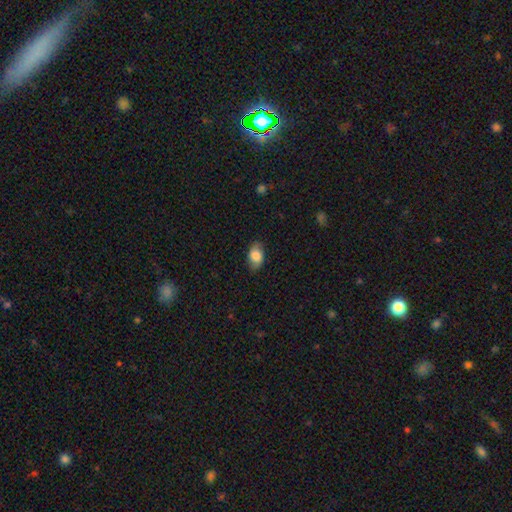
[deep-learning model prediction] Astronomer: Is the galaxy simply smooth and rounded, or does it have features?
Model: smooth — 82%.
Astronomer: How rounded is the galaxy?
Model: in between — 87%.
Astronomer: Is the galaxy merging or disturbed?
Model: none — 80%.